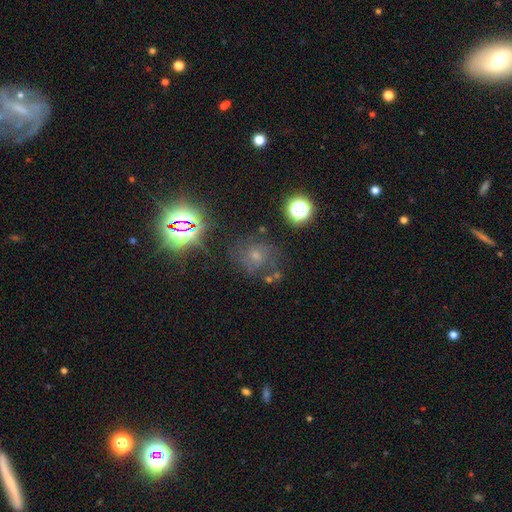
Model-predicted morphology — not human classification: This is marginally a smooth galaxy (38%). Merging: likely none (61%).